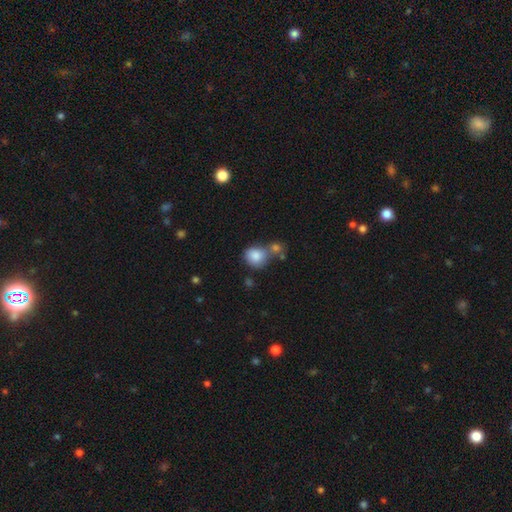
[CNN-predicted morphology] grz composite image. It shows a smooth galaxy with no disk features (84%) that is round (70%). Merging: none (41%).